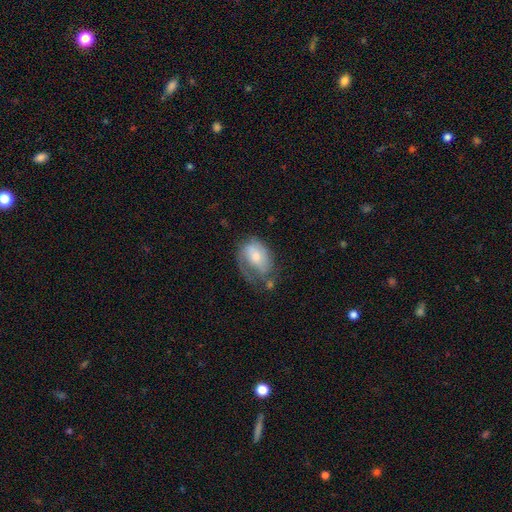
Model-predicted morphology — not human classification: A smooth galaxy with no disk features (48%).

Vote fractions:
- Smooth or featured? smooth: 48% / featured or disk: 45% / star or artifact: 7%
- Merging? none: 32% / minor disturbance: 31% / major disturbance: 31% / merger: 6%